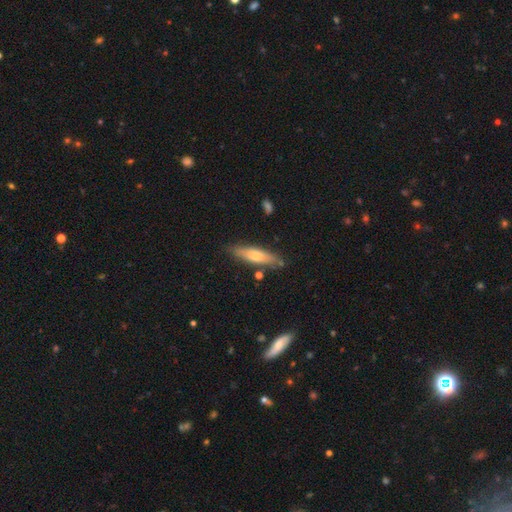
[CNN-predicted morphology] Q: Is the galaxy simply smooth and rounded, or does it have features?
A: smooth — 65%.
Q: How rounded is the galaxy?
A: cigar-shaped — 73%.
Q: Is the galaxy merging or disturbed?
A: none — 80%.